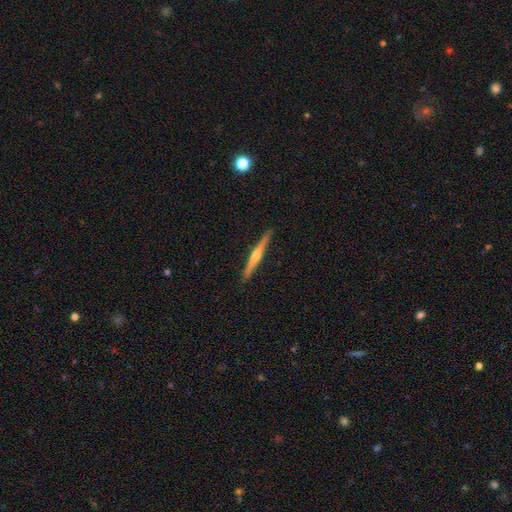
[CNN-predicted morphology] This is likely a featured or disk galaxy (71%). It is clearly viewed edge-on (98%). Edge-on bulge: likely rounded (80%). Merging: clearly none (92%).